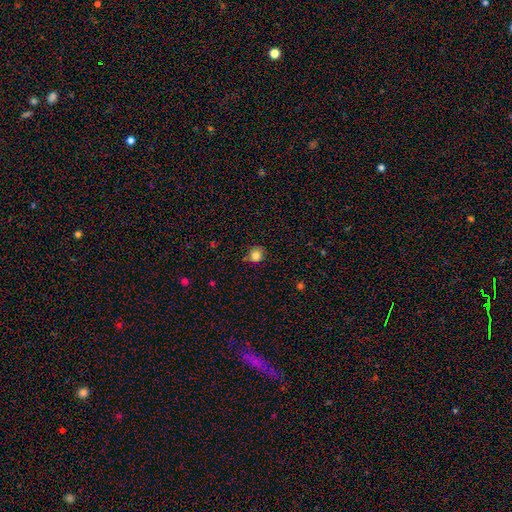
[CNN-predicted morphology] This is clearly a smooth galaxy (83%). How rounded: clearly round (85%). Merging: likely none (75%).